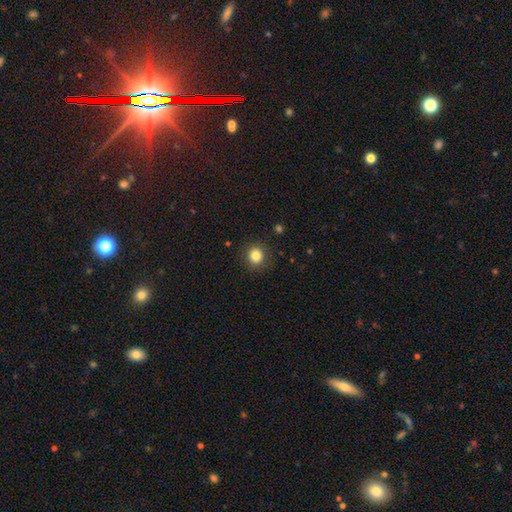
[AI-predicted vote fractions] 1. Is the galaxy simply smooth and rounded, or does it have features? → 83% smooth, 11% star or artifact, 6% featured or disk.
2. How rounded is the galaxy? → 87% round, 12% in between, 1% cigar-shaped.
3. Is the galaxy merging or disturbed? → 89% none, 7% minor disturbance, 2% major disturbance, 1% merger.